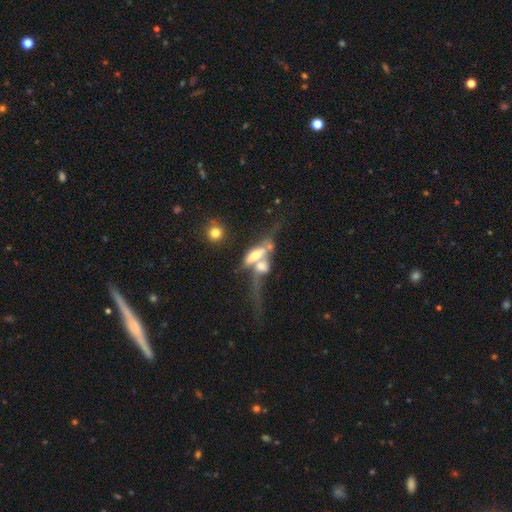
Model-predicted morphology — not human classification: Smooth or featured? Predicted: featured or disk (p=0.57). Edge-on disk? Predicted: yes (p=0.58). Merging? Predicted: merger (p=0.60).